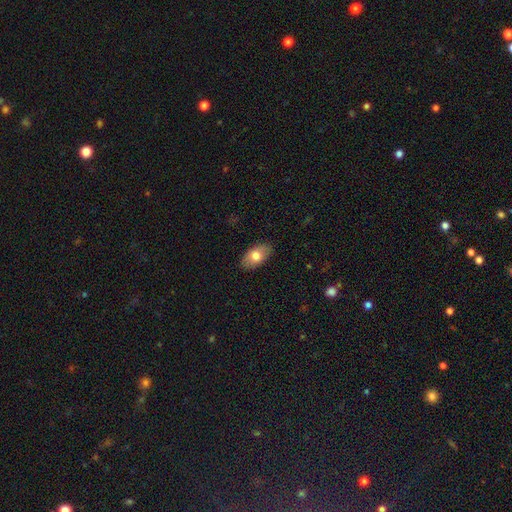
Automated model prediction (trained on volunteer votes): Smooth or featured: smooth — 75% (featured or disk — 18%)
How rounded: in between — 92% (round — 5%)
Merging: none — 86% (minor disturbance — 11%)